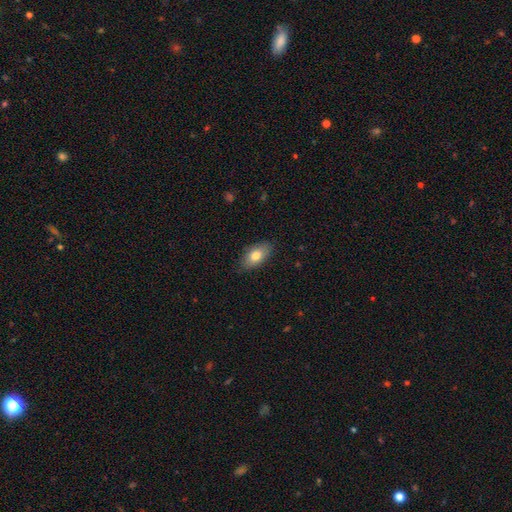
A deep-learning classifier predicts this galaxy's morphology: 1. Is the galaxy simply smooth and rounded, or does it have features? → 79% smooth, 14% featured or disk, 7% star or artifact.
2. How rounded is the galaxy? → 91% in between, 5% round, 4% cigar-shaped.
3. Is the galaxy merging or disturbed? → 85% none, 12% minor disturbance, 2% major disturbance, 1% merger.